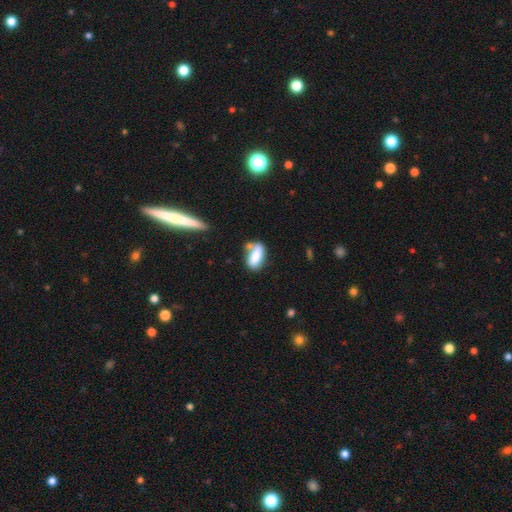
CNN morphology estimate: smooth 78%, featured or disk 15%, star or artifact 8%. Down the decision tree: how rounded — in between (75%); merging — none (49%).